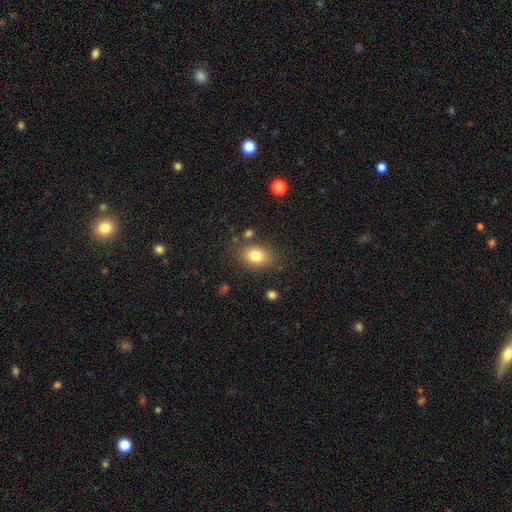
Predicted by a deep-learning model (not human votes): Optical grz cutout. It shows a smooth galaxy with no disk features (80%) that is in between round and cigar-shaped (71%). Merging: none (80%).